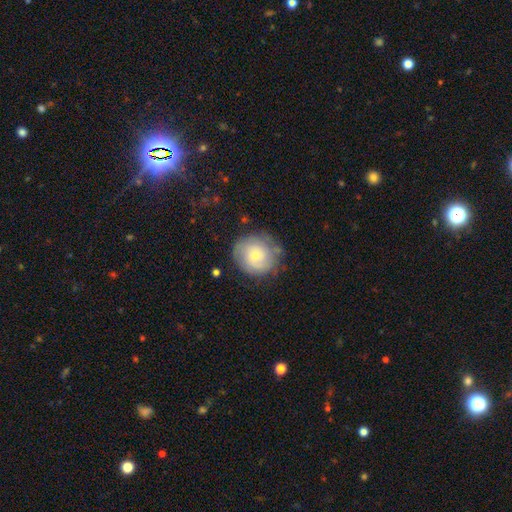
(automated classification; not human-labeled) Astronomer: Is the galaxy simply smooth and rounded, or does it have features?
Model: smooth — 53% (runner-up: featured or disk, 39%).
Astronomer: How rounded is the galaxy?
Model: round — 88%.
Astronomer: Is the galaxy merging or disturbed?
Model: none — 71%.